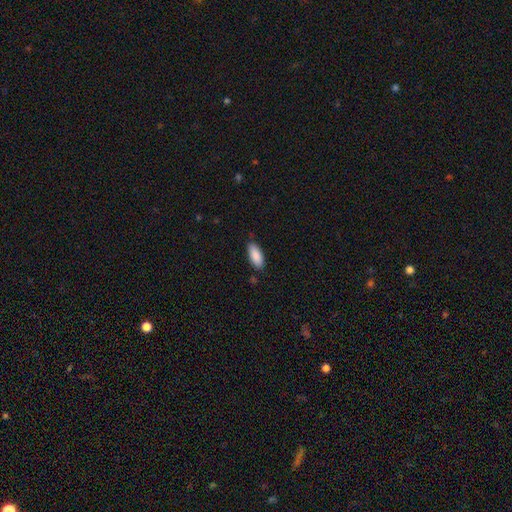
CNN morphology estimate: This appears to be a smooth galaxy with no disk features (89%) that is in between round and cigar-shaped (83%). Merging: none (84%).